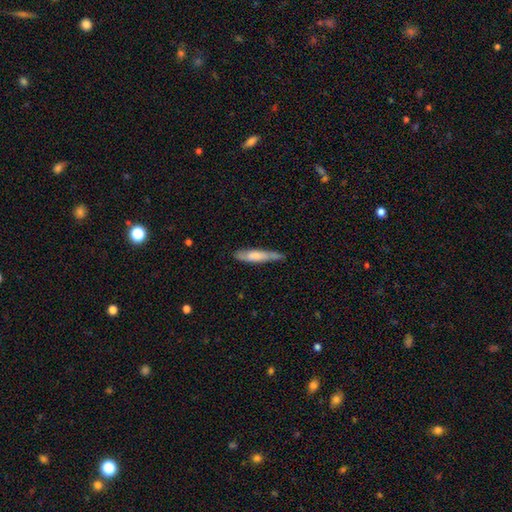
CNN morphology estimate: A smooth galaxy with no disk features (64%) that is cigar-shaped (86%). Merging: none (69%).